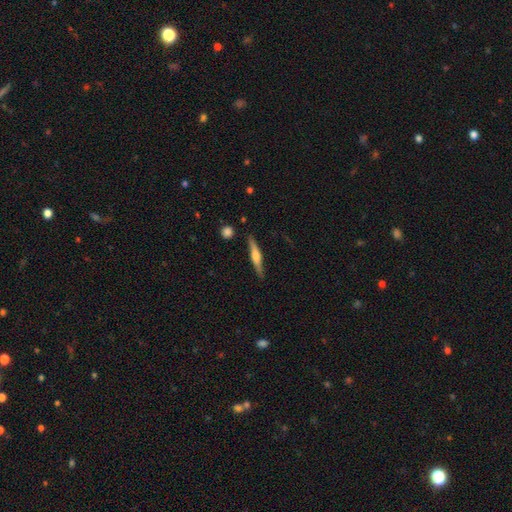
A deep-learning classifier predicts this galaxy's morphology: A featured or disk galaxy (62%) viewed edge-on (97%) with a rounded central bulge (82%). Merging: none (87%).